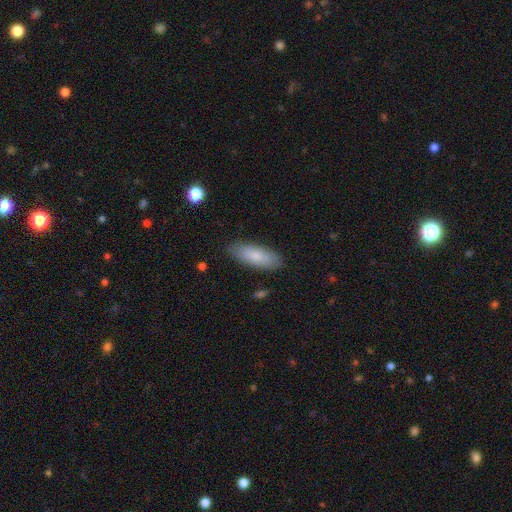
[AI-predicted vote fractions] smooth_or_featured: smooth (p=0.79) [alt: featured or disk p=0.16]
how_rounded: in between (p=0.70) [alt: cigar-shaped p=0.28]
merging: none (p=0.84) [alt: minor disturbance p=0.12]